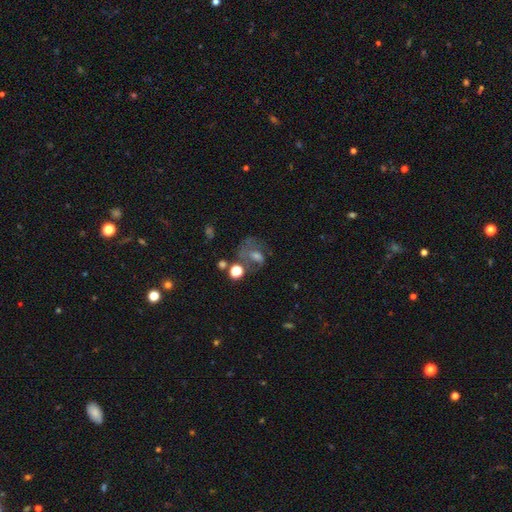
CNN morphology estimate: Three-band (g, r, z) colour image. It shows a featured or disk galaxy (40%). Merging: none (40%).